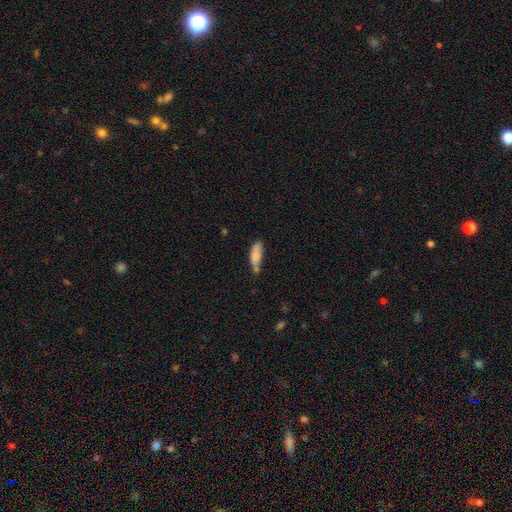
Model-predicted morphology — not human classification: Smooth or featured? smooth (78%)
How rounded? in between (63%)
Merging? none (50%)